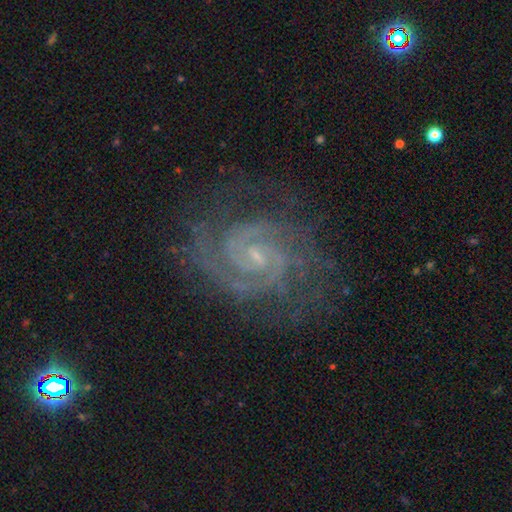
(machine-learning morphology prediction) Q: Smooth or featured?
A: featured or disk (91%); runner-up: star or artifact (6%)
Q: Edge-on disk?
A: no (98%); runner-up: yes (2%)
Q: Bar?
A: no (50%); runner-up: weak (40%)
Q: Spiral arms?
A: yes (98%); runner-up: no (2%)
Q: Spiral winding?
A: tight (65%); runner-up: medium (31%)
Q: Spiral arm count?
A: 2 (71%); runner-up: 3 (11%)
Q: Bulge size?
A: small (77%); runner-up: moderate (15%)
Q: Merging?
A: none (76%); runner-up: minor disturbance (15%)